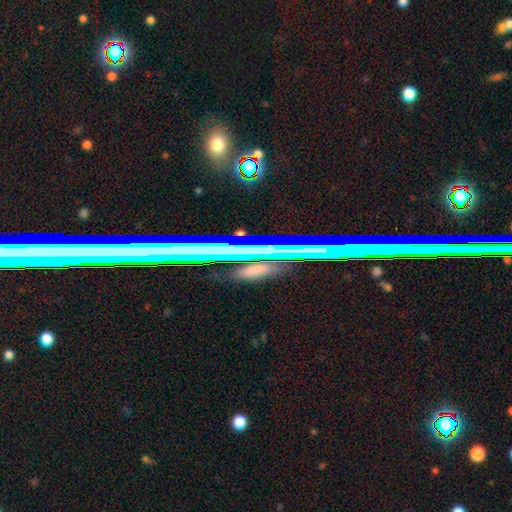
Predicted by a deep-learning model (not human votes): This appears to be a star or artifact, not a galaxy (55%).